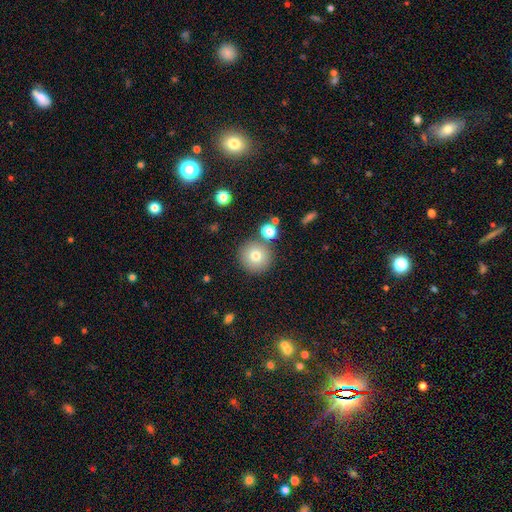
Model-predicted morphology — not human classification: A smooth galaxy with no disk features (78%) that is round (95%).

Vote fractions:
- Smooth or featured? smooth: 78% / featured or disk: 11% / star or artifact: 11%
- How rounded? round: 95% / in between: 4% / cigar-shaped: 1%
- Merging? none: 81% / merger: 9% / minor disturbance: 8% / major disturbance: 3%